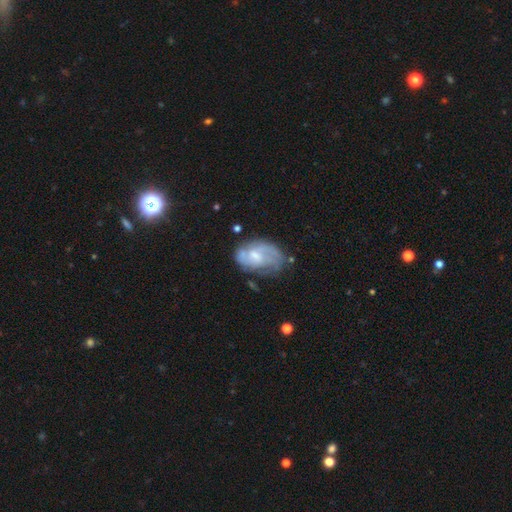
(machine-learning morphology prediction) smooth_or_featured: featured or disk (p=0.62) [alt: smooth p=0.30]
disk_edge_on: no (p=0.97) [alt: yes p=0.03]
bar: no (p=0.49) [alt: weak p=0.43]
has_spiral_arms: yes (p=0.73) [alt: no p=0.27]
bulge_size: moderate (p=0.41) [alt: small p=0.39]
merging: none (p=0.46) [alt: minor disturbance p=0.28]